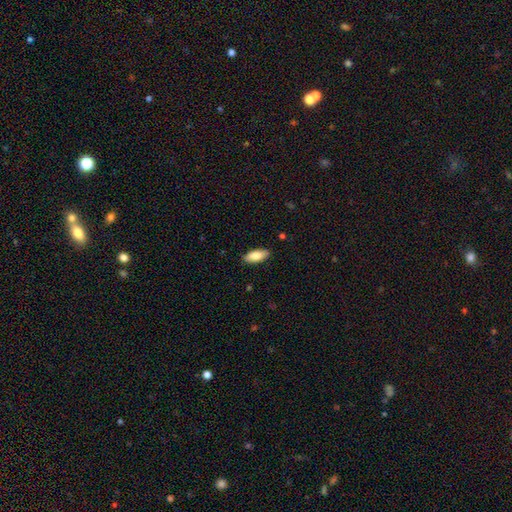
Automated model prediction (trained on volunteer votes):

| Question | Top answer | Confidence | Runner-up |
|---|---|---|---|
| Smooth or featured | smooth | 84% | featured or disk (10%) |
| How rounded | in between | 84% | cigar-shaped (14%) |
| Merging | none | 87% | minor disturbance (10%) |